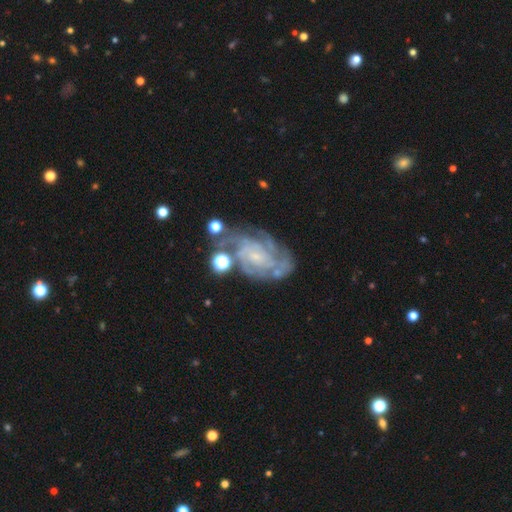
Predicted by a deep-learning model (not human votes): A featured or disk galaxy (86%) with no bar (68%), tight (61%) spiral arms (96%) and a small central bulge (77%). Merging: none (57%).